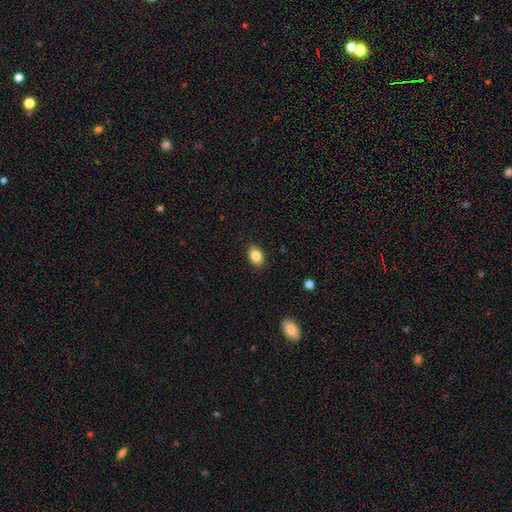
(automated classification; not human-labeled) Smooth or featured? Predicted: smooth (p=0.85). How rounded? Predicted: in between (p=0.83). Merging? Predicted: none (p=0.88).